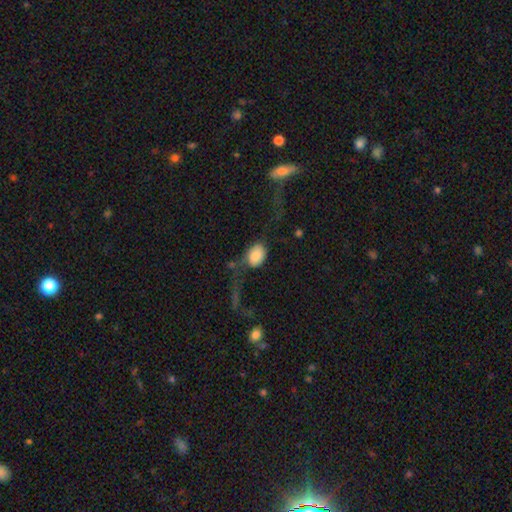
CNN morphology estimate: Smooth or featured: smooth — 80% (featured or disk — 13%)
How rounded: in between — 75% (round — 23%)
Merging: major disturbance — 39% (none — 33%)